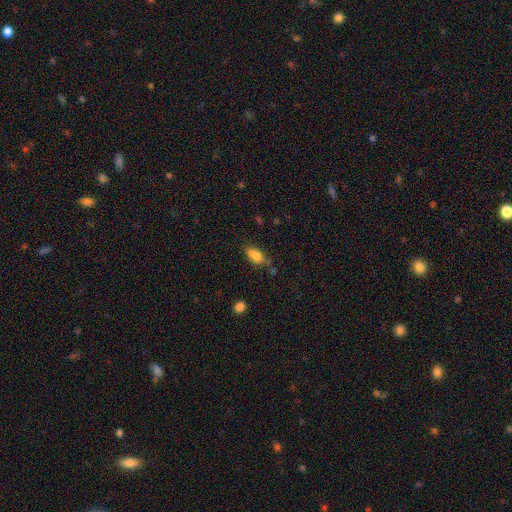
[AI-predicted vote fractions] Morphology: type=smooth (79%); roundness=in between (85%); merging=none (54%).